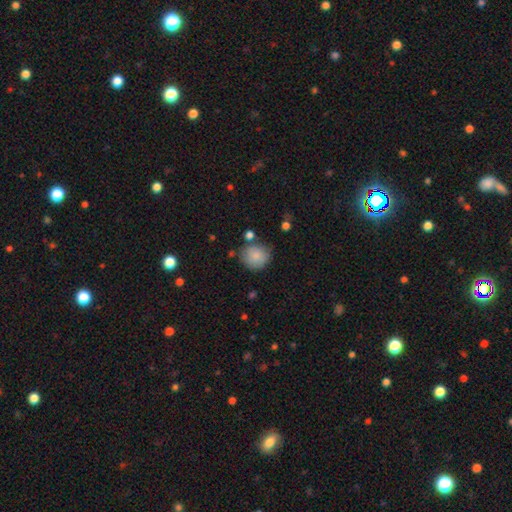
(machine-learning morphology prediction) Smooth or featured? Predicted: smooth (p=0.84). How rounded? Predicted: round (p=0.84). Merging? Predicted: none (p=0.70).